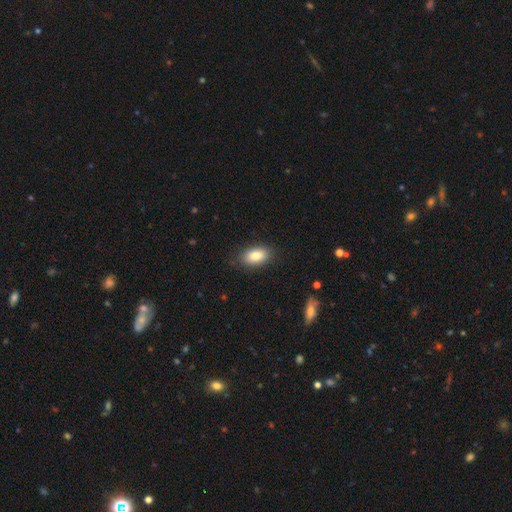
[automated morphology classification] smooth 83%, featured or disk 9%, star or artifact 7%. Down the decision tree: how rounded — in between (91%); merging — none (85%).